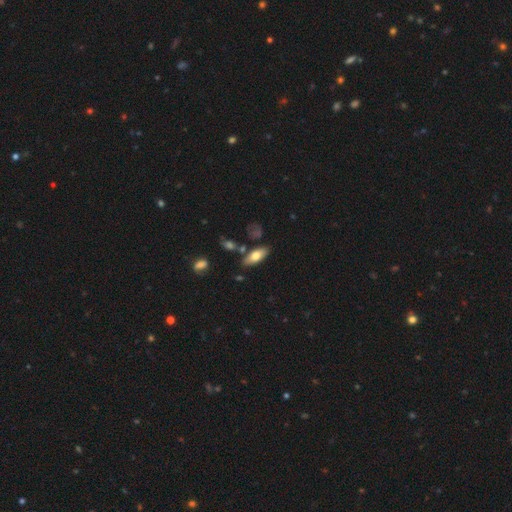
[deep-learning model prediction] This appears to be a smooth galaxy with no disk features (70%) that is in between round and cigar-shaped (78%). Merging: none (77%).